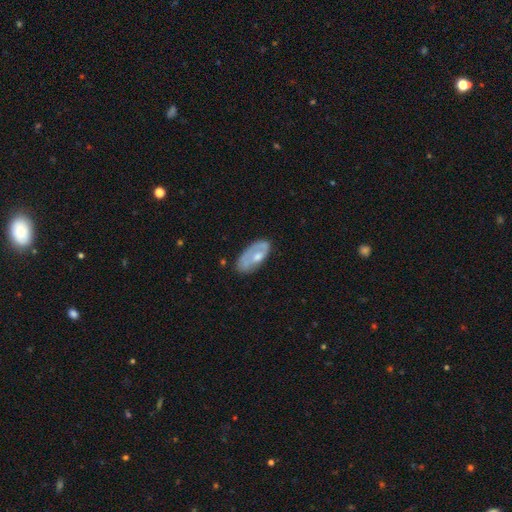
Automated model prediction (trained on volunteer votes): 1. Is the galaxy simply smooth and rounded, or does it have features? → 48% smooth, 46% featured or disk, 6% star or artifact.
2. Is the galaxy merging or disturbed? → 55% none, 28% minor disturbance, 14% major disturbance, 3% merger.